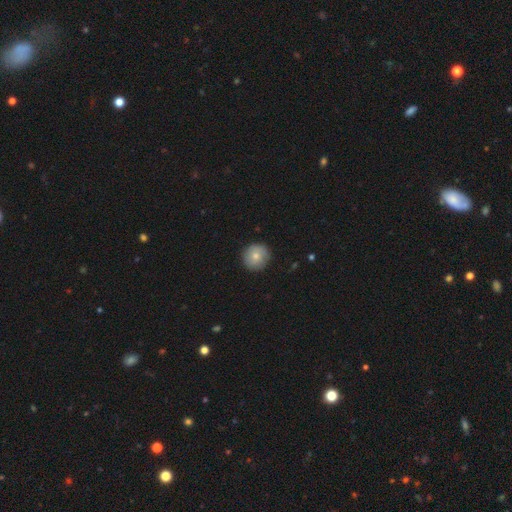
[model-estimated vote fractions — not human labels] Q: Smooth or featured?
A: smooth (73%); runner-up: featured or disk (19%)
Q: How rounded?
A: round (93%); runner-up: in between (6%)
Q: Merging?
A: none (85%); runner-up: minor disturbance (11%)